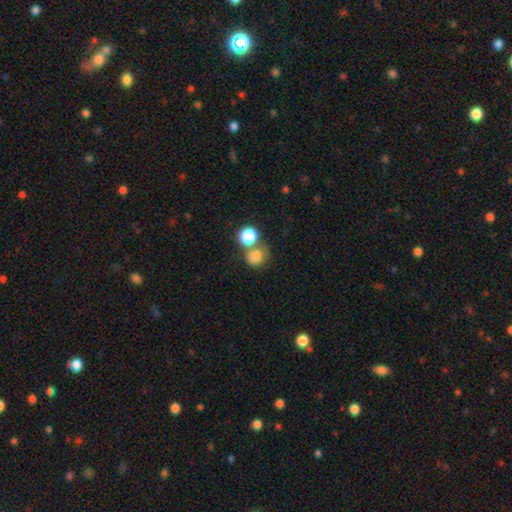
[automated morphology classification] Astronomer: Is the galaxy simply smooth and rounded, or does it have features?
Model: smooth — 78%.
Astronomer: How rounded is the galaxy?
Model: round — 80%.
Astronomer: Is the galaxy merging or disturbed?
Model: none — 46% (runner-up: merger, 40%).